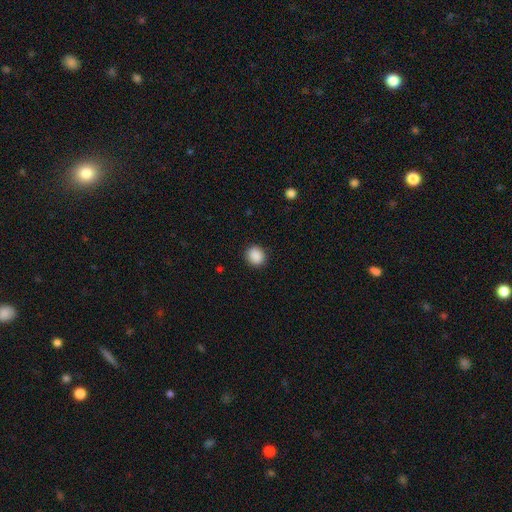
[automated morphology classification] type=smooth (89%); roundness=round (79%); merging=none (90%).